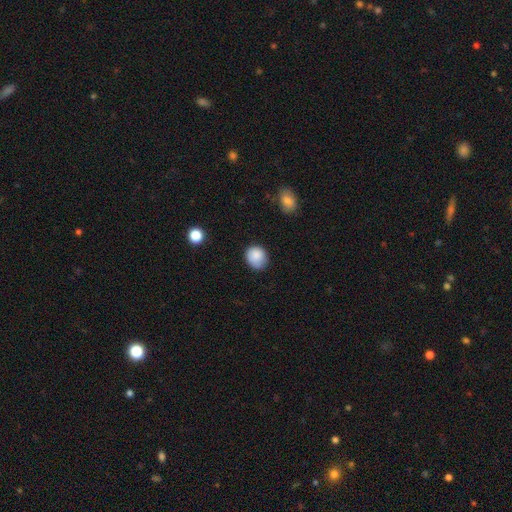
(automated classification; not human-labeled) smooth_or_featured: smooth (p=0.87) [alt: star or artifact p=0.08]
how_rounded: round (p=0.71) [alt: in between p=0.28]
merging: none (p=0.73) [alt: minor disturbance p=0.21]